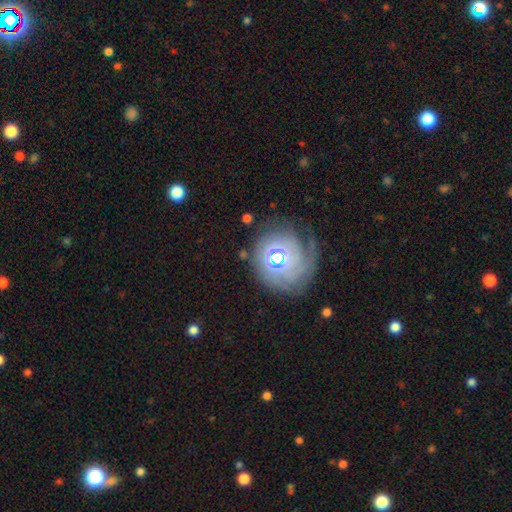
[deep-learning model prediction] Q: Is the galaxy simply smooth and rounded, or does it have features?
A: featured or disk — 57%.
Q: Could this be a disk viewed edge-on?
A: no — 96%.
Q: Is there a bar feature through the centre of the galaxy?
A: no — 71%.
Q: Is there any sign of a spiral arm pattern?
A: yes — 75%.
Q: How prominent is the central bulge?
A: moderate — 70%.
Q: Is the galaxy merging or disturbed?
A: none — 65%.